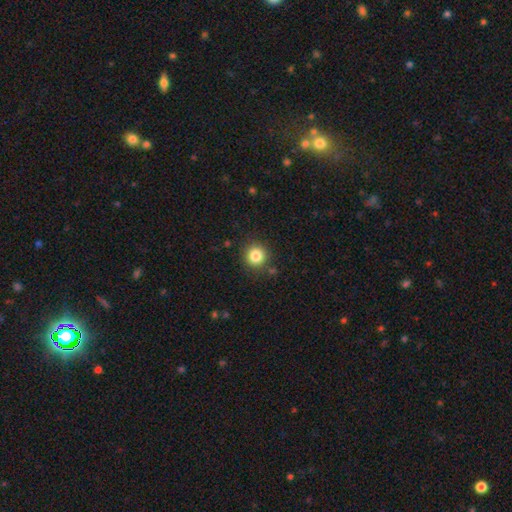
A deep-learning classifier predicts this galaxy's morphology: smooth 84%, star or artifact 11%, featured or disk 5%. Down the decision tree: how rounded — round (94%); merging — none (88%).